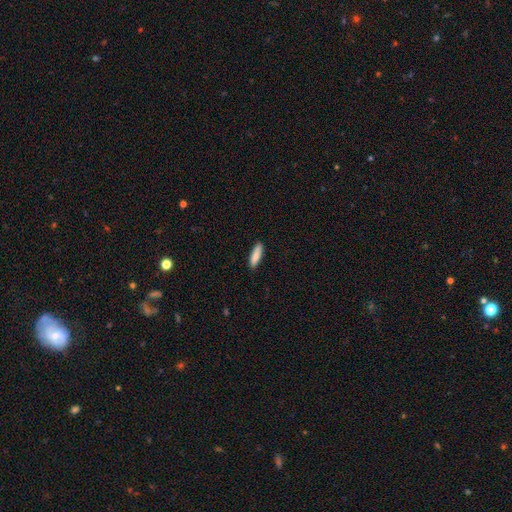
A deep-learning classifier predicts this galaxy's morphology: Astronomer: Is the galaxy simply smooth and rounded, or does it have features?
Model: smooth — 88%.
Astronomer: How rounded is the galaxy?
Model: cigar-shaped — 63%.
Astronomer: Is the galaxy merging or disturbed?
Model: none — 89%.